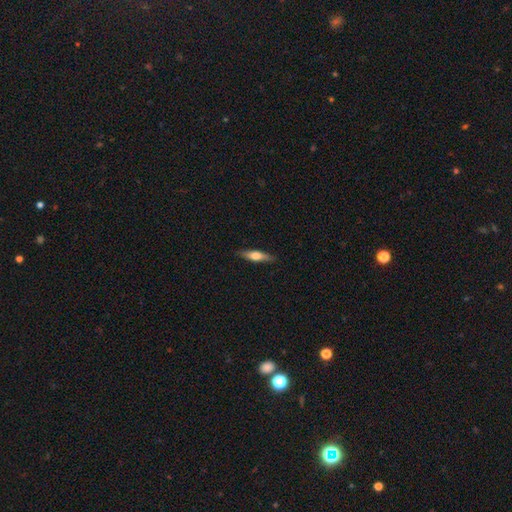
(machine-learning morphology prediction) type=smooth (51%); roundness=cigar-shaped (72%); merging=none (86%).